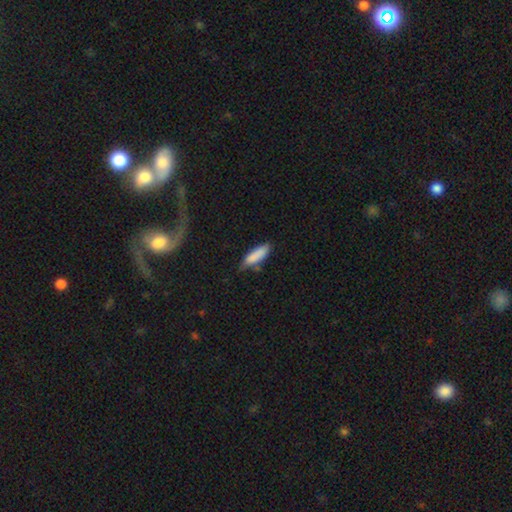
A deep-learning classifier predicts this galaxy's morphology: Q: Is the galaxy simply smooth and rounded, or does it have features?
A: smooth — 85%.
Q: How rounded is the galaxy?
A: in between — 51%.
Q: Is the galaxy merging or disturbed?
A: none — 57%.